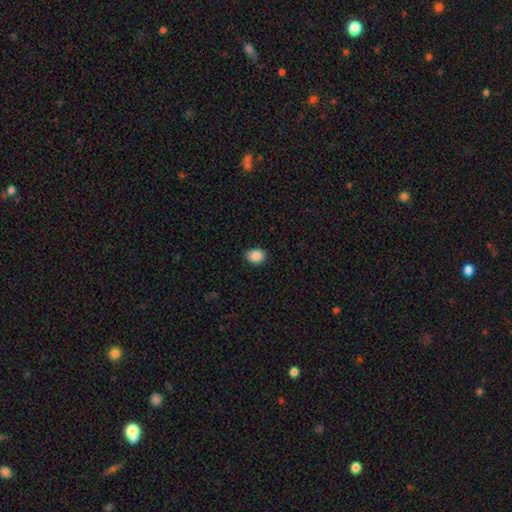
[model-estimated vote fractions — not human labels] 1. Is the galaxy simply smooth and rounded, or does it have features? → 88% smooth, 9% star or artifact, 3% featured or disk.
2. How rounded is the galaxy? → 51% in between, 48% round, 1% cigar-shaped.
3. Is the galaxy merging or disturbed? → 86% none, 11% minor disturbance, 2% major disturbance, 1% merger.